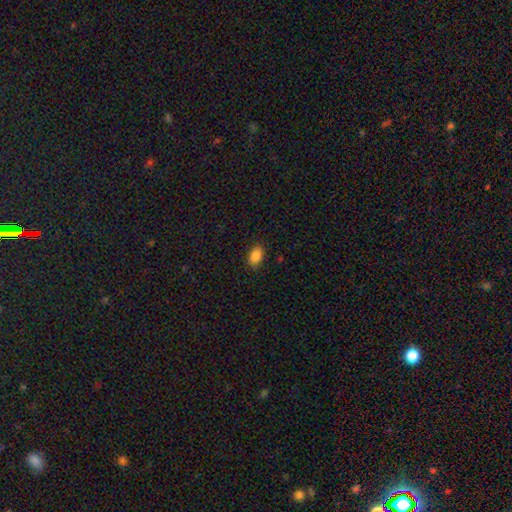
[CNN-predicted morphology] Smooth or featured: smooth — 87% (star or artifact — 9%)
How rounded: in between — 89% (round — 9%)
Merging: none — 87% (minor disturbance — 10%)